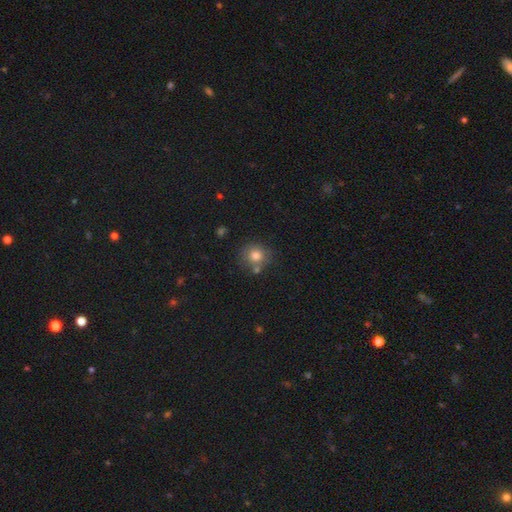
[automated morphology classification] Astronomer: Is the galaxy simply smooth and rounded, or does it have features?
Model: smooth — 79%.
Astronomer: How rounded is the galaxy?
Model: round — 87%.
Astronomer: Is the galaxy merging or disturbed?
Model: none — 69%.